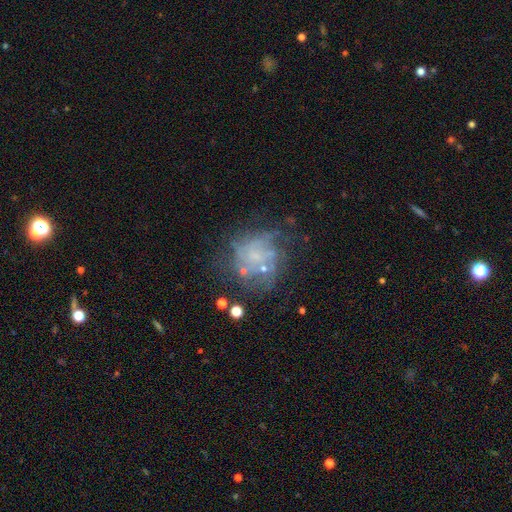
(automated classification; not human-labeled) featured or disk 62%, smooth 22%, star or artifact 15%. Down the decision tree: edge-on disk — no (98%); bar — no (83%); spiral arms — yes (52%); bulge size — none (52%); merging — none (52%).